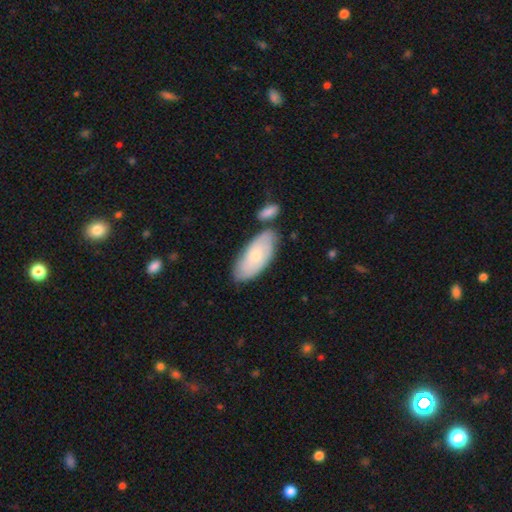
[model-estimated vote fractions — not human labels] Overall: smooth (64%; featured or disk 30%). How rounded: in between (89%). Merging: none (68%).